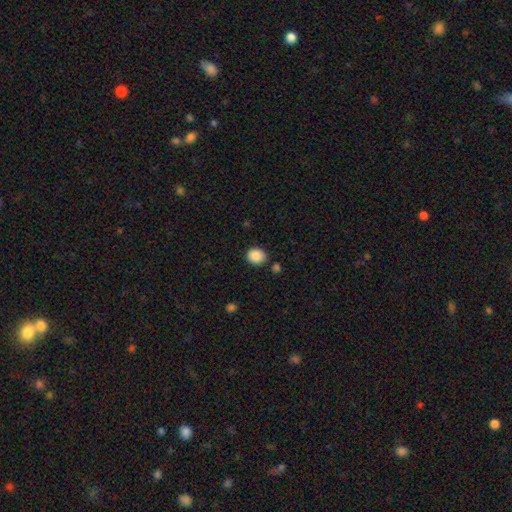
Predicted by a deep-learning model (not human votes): smooth-or-featured: smooth: 88% | star or artifact: 9% | featured or disk: 3%
  how-rounded: round: 72% | in between: 27% | cigar-shaped: 1%
  merging: none: 84% | minor disturbance: 9% | merger: 4% | major disturbance: 3%